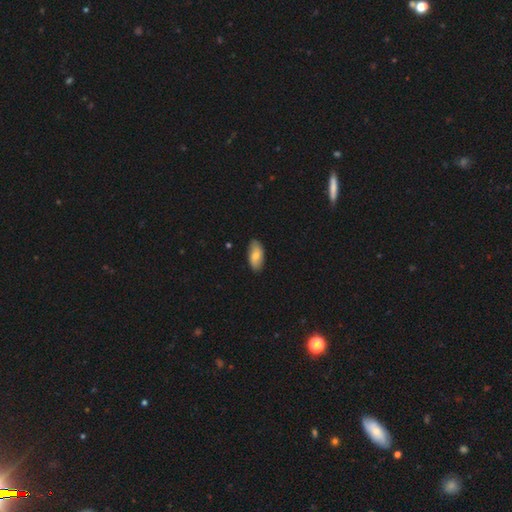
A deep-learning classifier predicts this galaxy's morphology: This is likely a smooth galaxy (70%). How rounded: clearly in between (92%). Merging: clearly none (86%).